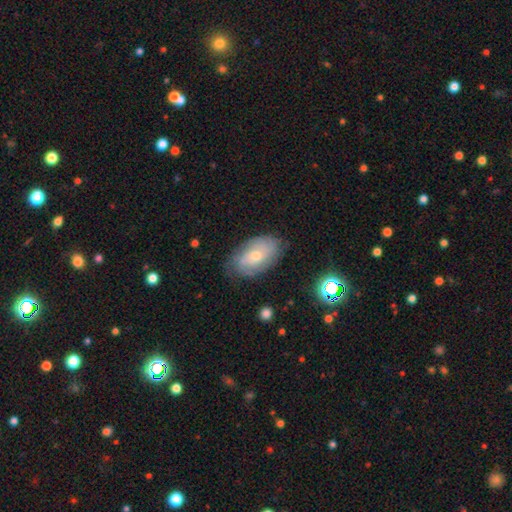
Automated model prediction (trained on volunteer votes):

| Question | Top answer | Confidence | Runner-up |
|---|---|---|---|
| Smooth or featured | featured or disk | 55% | smooth (36%) |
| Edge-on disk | no | 92% | yes (8%) |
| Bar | no | 70% | weak (25%) |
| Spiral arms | yes | 77% | no (23%) |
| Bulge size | small | 54% | moderate (42%) |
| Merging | none | 76% | minor disturbance (18%) |